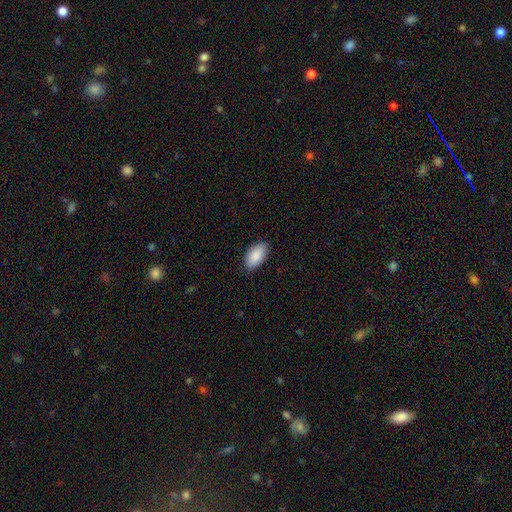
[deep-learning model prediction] Overall: smooth (89%). How rounded: in between (95%). Merging: none (86%).